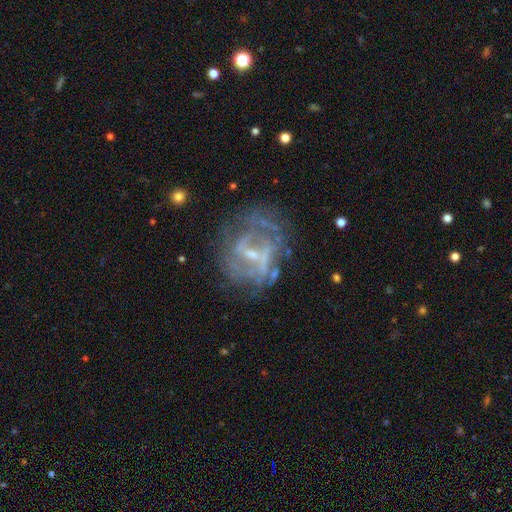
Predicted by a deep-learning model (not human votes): This appears to be a featured or disk galaxy (79%) with a weak bar (48%), spiral arms (62%) and a small central bulge (57%). Merging: none (54%).